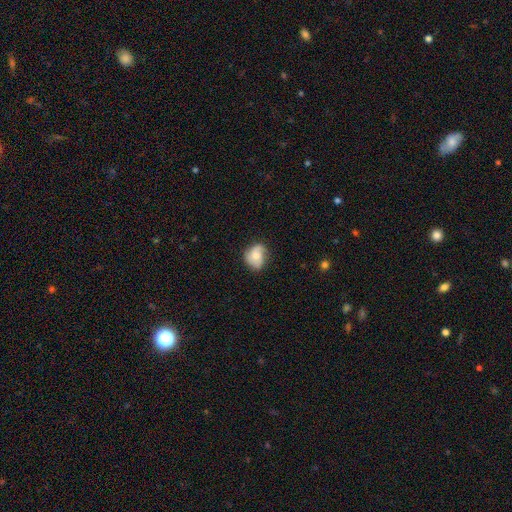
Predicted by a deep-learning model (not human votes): Smooth or featured? Predicted: smooth (p=0.57). How rounded? Predicted: in between (p=0.50). Merging? Predicted: none (p=0.62).